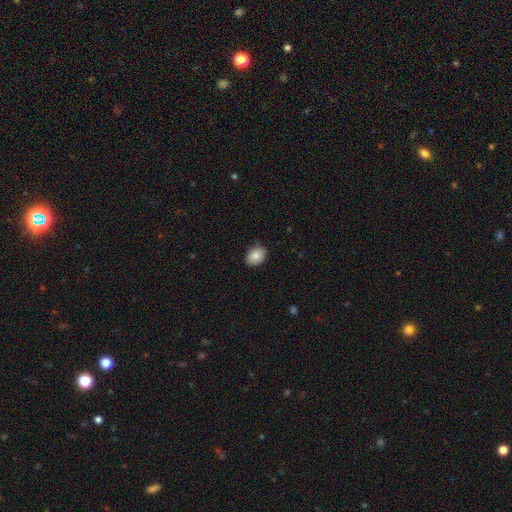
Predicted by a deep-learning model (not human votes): A smooth galaxy with no disk features (87%) that is in between round and cigar-shaped (71%).

Vote fractions:
- Smooth or featured? smooth: 87% / star or artifact: 8% / featured or disk: 6%
- How rounded? in between: 71% / round: 28% / cigar-shaped: 1%
- Merging? none: 86% / minor disturbance: 11% / major disturbance: 2% / merger: 1%